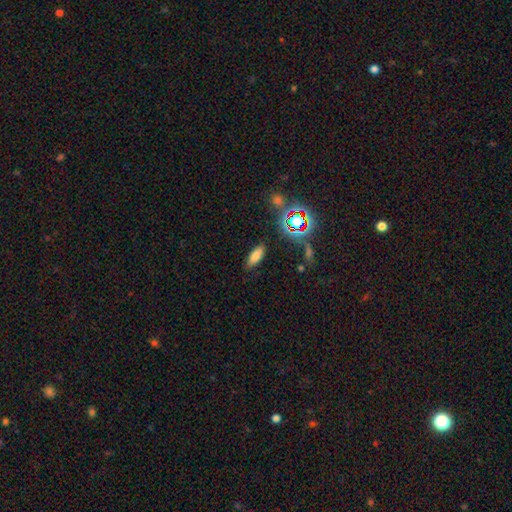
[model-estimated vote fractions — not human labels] Morphology: type=smooth (74%); roundness=in between (74%); merging=none (85%).